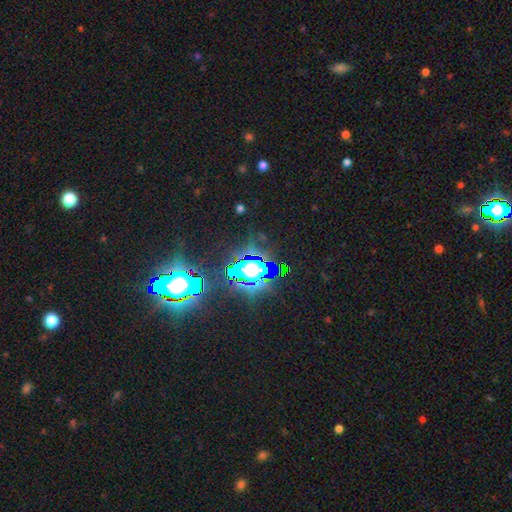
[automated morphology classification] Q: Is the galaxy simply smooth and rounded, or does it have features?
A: star or artifact — 85%.